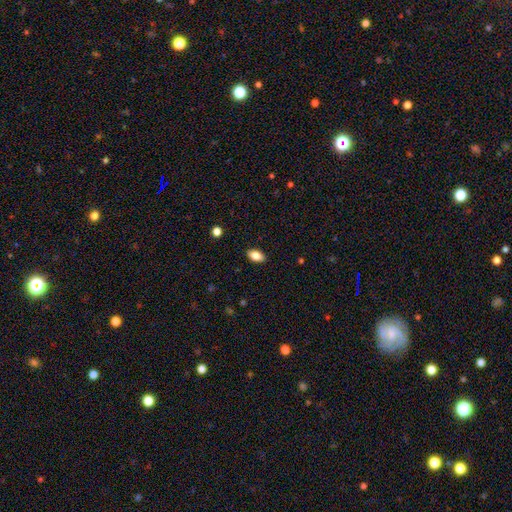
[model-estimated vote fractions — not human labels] Morphology: type=smooth (85%); roundness=in between (92%); merging=none (89%).